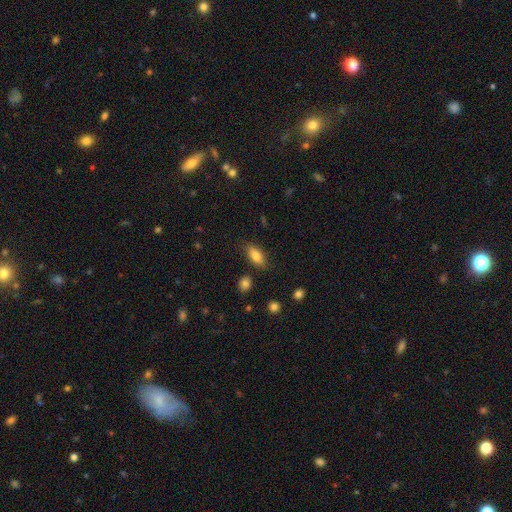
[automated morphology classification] The model was most divided on "merging": none: 81%, minor disturbance: 13%, major disturbance: 3%, merger: 3%. More confident: how rounded — in between (85%); smooth or featured — smooth (82%).